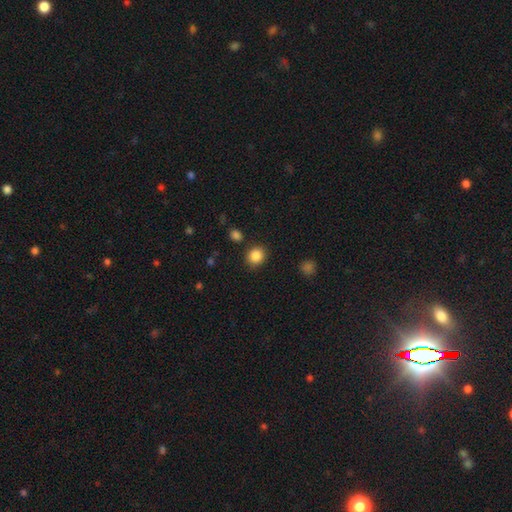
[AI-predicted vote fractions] The model was most divided on "how rounded": round: 81%, in between: 18%, cigar-shaped: 1%. More confident: merging — none (87%); smooth or featured — smooth (86%).